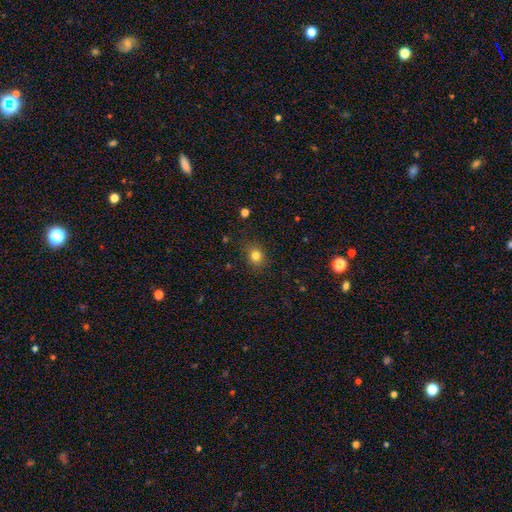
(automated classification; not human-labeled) The model was most divided on "how rounded": round: 70%, in between: 29%, cigar-shaped: 1%. More confident: merging — none (83%); smooth or featured — smooth (80%).